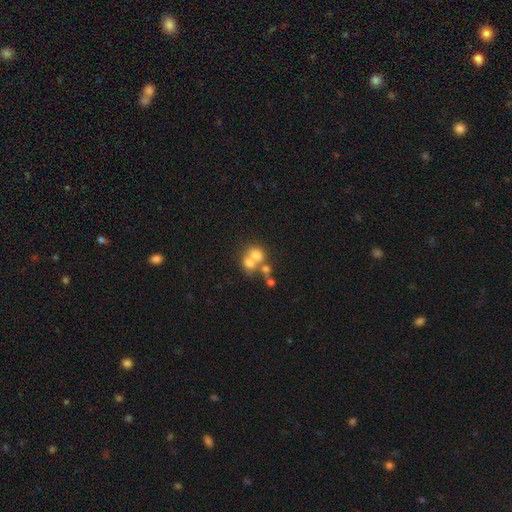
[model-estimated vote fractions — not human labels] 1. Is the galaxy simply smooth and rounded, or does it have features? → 63% smooth, 23% featured or disk, 13% star or artifact.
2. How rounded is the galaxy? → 67% round, 32% in between, 1% cigar-shaped.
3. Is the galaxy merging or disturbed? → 61% merger, 28% none, 7% minor disturbance, 5% major disturbance.